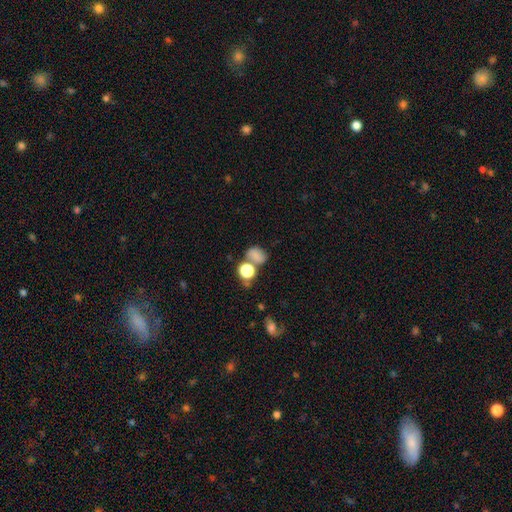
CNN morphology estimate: The model was most divided on "merging": none: 46%, merger: 30%, minor disturbance: 16%, major disturbance: 9%. More confident: smooth or featured — smooth (72%); how rounded — in between (57%).